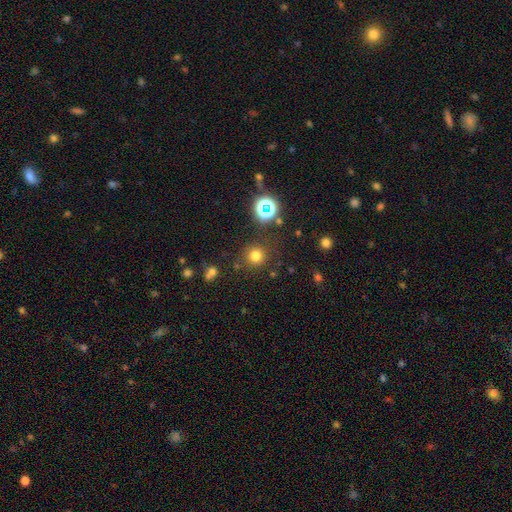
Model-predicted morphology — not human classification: type=smooth (73%); roundness=round (94%); merging=none (85%).